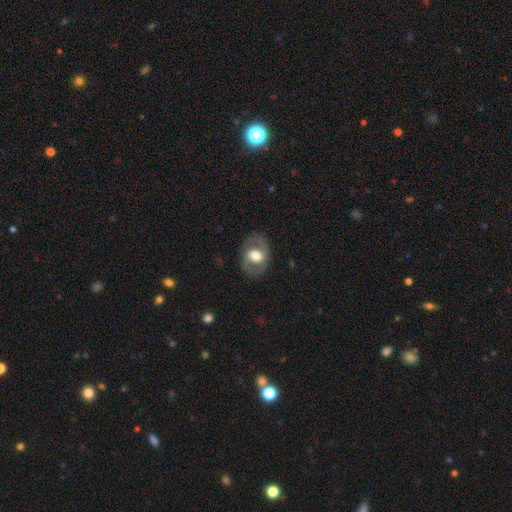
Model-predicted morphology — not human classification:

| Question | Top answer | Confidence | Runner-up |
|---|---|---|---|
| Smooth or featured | featured or disk | 66% | smooth (28%) |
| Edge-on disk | no | 95% | yes (5%) |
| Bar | no | 46% | weak (37%) |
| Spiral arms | yes | 64% | no (36%) |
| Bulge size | moderate | 53% | large (37%) |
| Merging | none | 80% | minor disturbance (13%) |